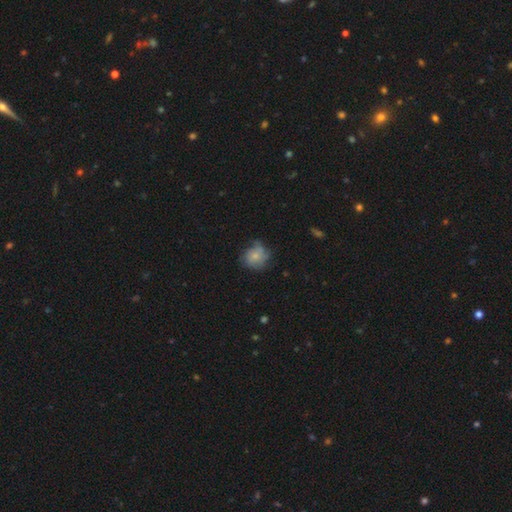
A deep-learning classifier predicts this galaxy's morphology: The model was most divided on "merging": none: 57%, minor disturbance: 29%, major disturbance: 12%, merger: 2%. More confident: how rounded — round (74%); smooth or featured — smooth (60%).